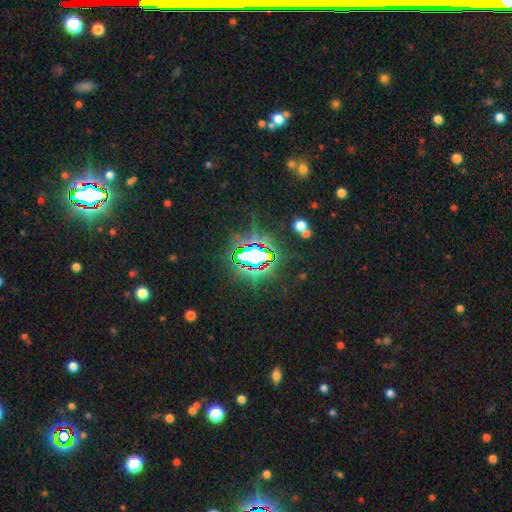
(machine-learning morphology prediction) smooth_or_featured: star or artifact (p=0.76) [alt: smooth p=0.13]